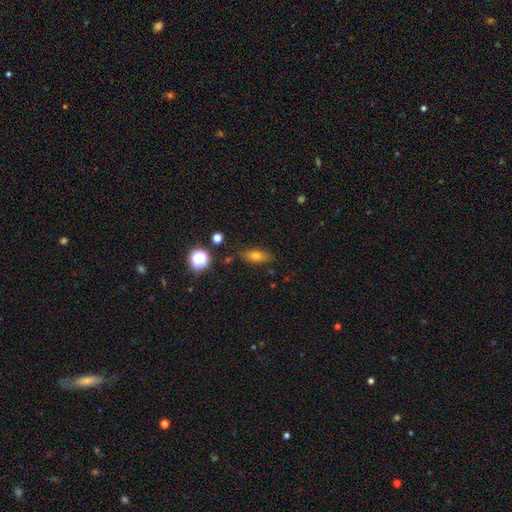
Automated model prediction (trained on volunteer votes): A smooth galaxy with no disk features (70%) that is in between round and cigar-shaped (72%). Merging: none (81%).